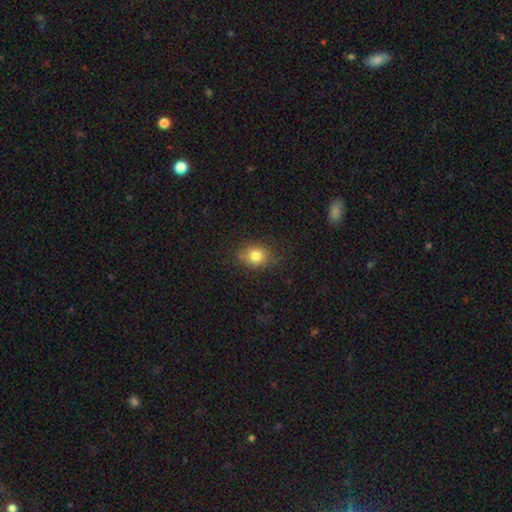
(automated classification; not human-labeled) This is clearly a smooth galaxy (81%). How rounded: possibly round (57%). Merging: clearly none (82%).